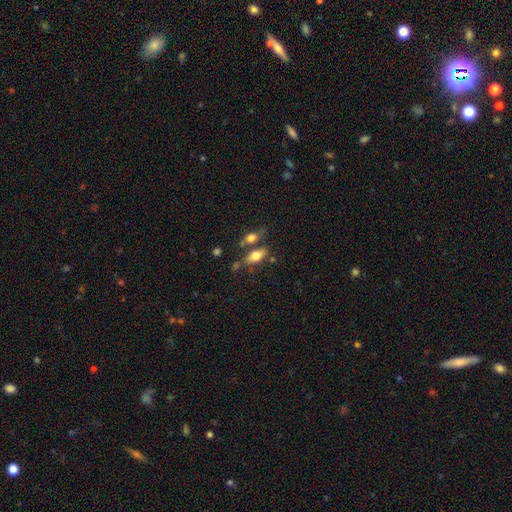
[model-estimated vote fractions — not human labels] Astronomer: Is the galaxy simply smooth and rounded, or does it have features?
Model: smooth — 70%.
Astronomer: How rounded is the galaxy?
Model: in between — 82%.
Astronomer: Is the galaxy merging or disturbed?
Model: none — 59%.